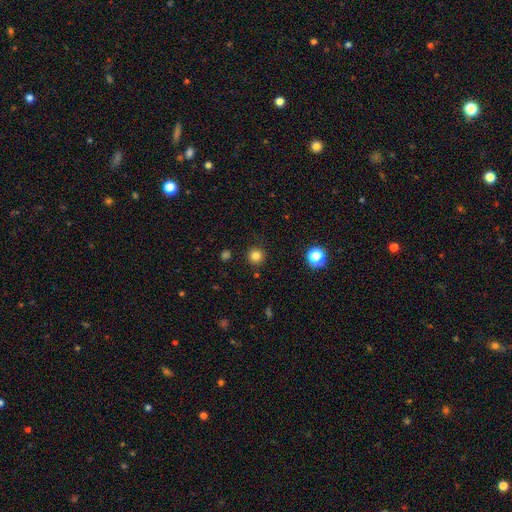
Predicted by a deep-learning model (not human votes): Q: Smooth or featured?
A: smooth (82%); runner-up: star or artifact (14%)
Q: How rounded?
A: round (95%); runner-up: in between (4%)
Q: Merging?
A: none (89%); runner-up: minor disturbance (7%)